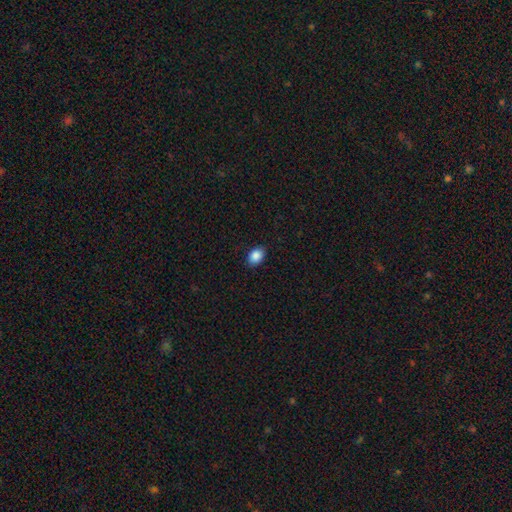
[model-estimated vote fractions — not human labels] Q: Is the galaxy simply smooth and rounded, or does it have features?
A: smooth — 88%.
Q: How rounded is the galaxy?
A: in between — 76%.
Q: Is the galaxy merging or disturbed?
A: none — 88%.